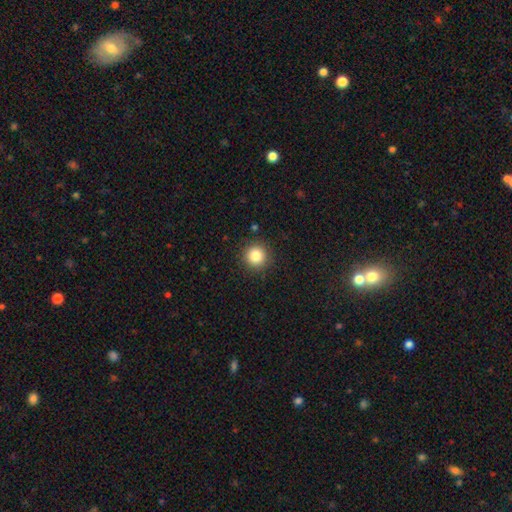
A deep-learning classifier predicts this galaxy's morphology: Overall: smooth (84%). How rounded: round (95%). Merging: none (91%).